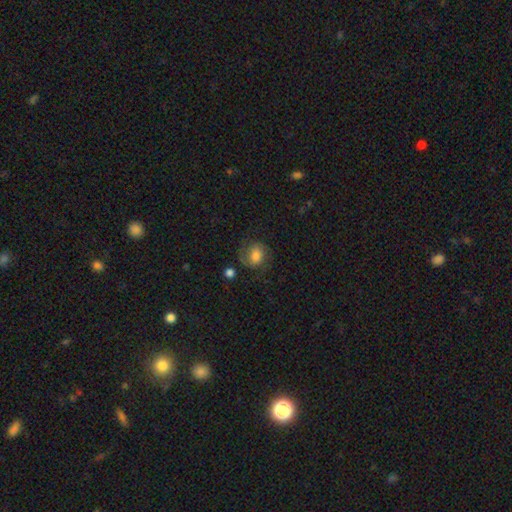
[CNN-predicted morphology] A smooth galaxy with no disk features (46%).

Vote fractions:
- Smooth or featured? smooth: 46% / featured or disk: 44% / star or artifact: 10%
- Merging? none: 64% / minor disturbance: 20% / major disturbance: 14% / merger: 3%